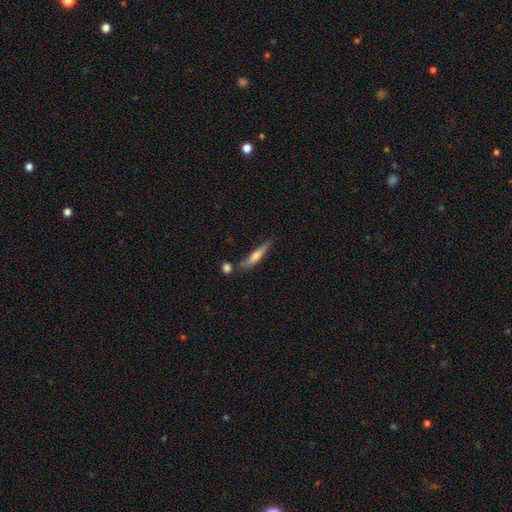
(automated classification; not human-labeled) Smooth or featured? Predicted: smooth (p=0.54). How rounded? Predicted: cigar-shaped (p=0.88). Merging? Predicted: none (p=0.71).